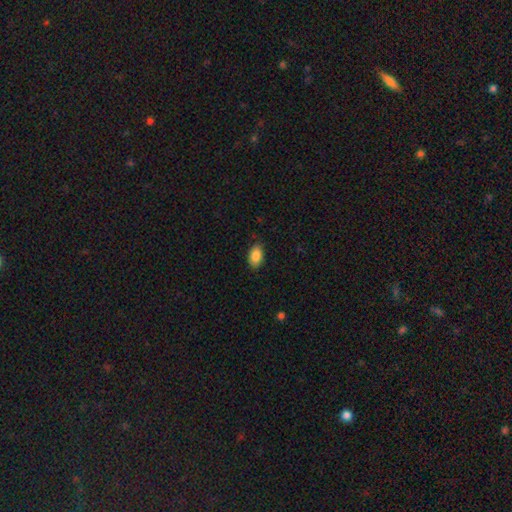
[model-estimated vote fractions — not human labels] smooth 88%, star or artifact 7%, featured or disk 5%. Down the decision tree: how rounded — in between (92%); merging — none (85%).